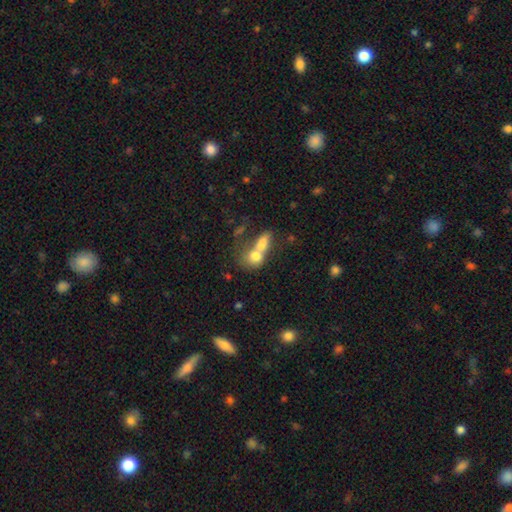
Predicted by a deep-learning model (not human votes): smooth_or_featured: smooth (p=0.71) [alt: featured or disk p=0.20]
how_rounded: in between (p=0.53) [alt: round p=0.42]
merging: merger (p=0.67) [alt: none p=0.18]